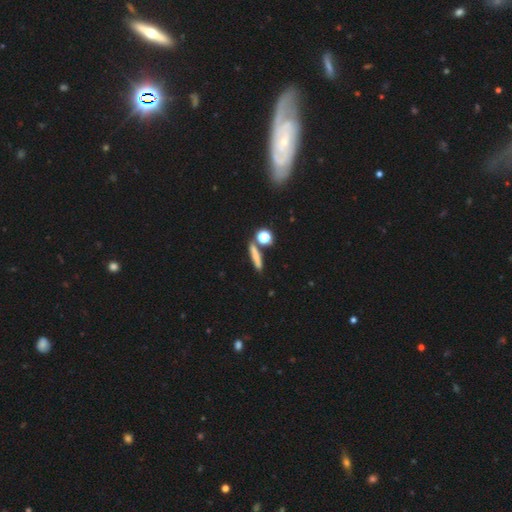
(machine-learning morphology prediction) smooth_or_featured: smooth (p=0.62) [alt: featured or disk p=0.23]
how_rounded: cigar-shaped (p=0.65) [alt: round p=0.19]
merging: none (p=0.71) [alt: merger p=0.13]